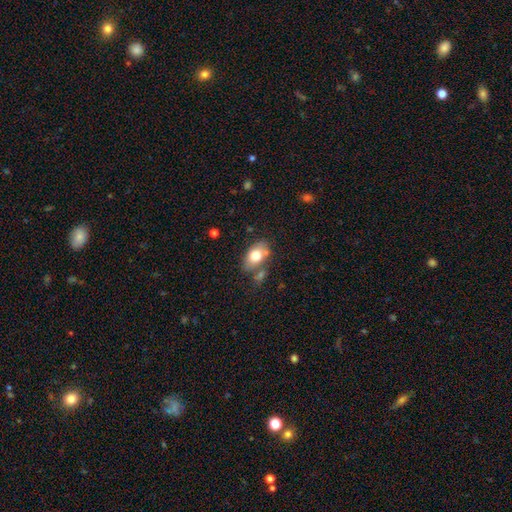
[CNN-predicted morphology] The model was most divided on "merging": none: 63%, minor disturbance: 18%, merger: 14%, major disturbance: 5%. More confident: how rounded — in between (88%); smooth or featured — smooth (75%).